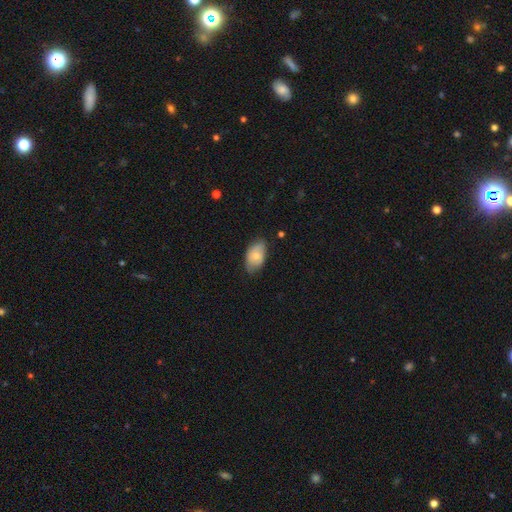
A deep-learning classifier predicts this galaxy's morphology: A smooth galaxy with no disk features (70%) that is in between round and cigar-shaped (92%).

Vote fractions:
- Smooth or featured? smooth: 70% / featured or disk: 24% / star or artifact: 6%
- How rounded? in between: 92% / round: 6% / cigar-shaped: 2%
- Merging? none: 71% / minor disturbance: 24% / major disturbance: 4% / merger: 1%